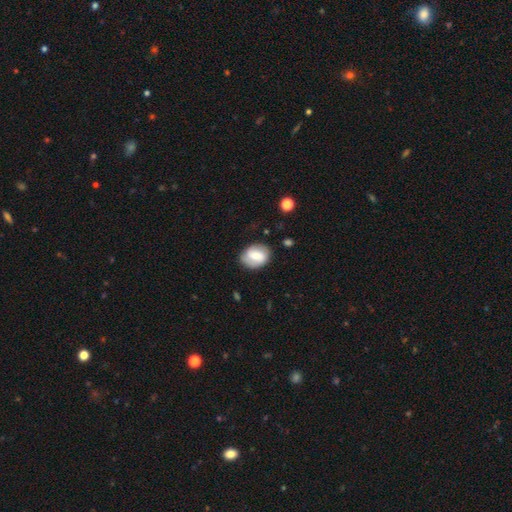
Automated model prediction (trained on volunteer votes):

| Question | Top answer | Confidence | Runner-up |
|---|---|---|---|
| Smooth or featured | smooth | 53% | featured or disk (39%) |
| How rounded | in between | 59% | round (40%) |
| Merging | none | 77% | minor disturbance (17%) |